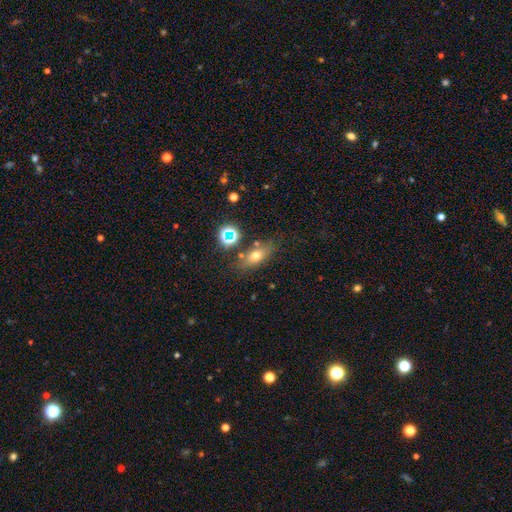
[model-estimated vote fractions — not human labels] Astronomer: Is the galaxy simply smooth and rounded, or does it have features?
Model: smooth — 62%.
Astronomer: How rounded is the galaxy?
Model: in between — 63%.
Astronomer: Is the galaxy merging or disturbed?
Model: none — 72%.